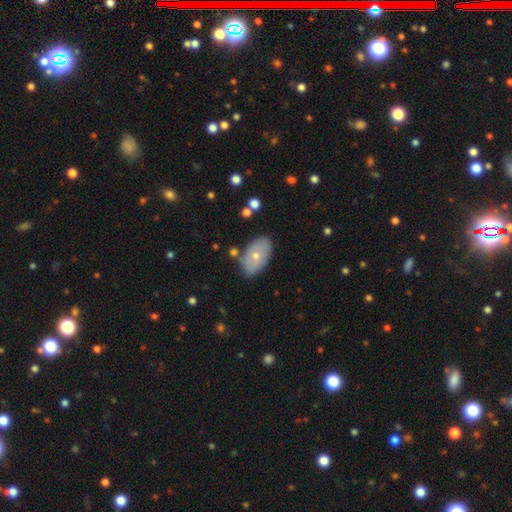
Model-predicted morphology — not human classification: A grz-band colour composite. It shows a smooth galaxy with no disk features (60%) that is in between round and cigar-shaped (93%). Merging: none (80%).